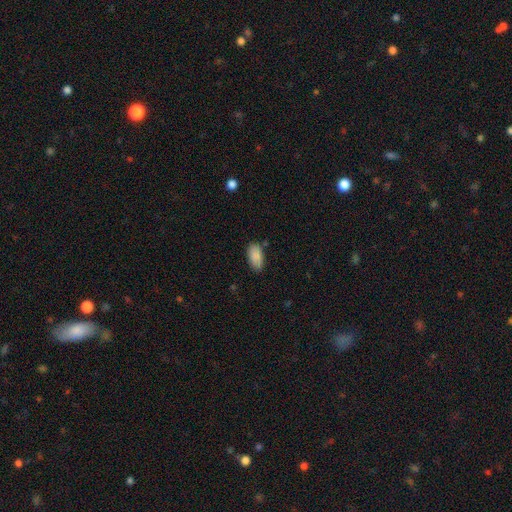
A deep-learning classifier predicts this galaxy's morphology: Smooth or featured?
  - smooth: 88% *
  - star or artifact: 7%
  - featured or disk: 6%
How rounded?
  - in between: 93% *
  - cigar-shaped: 4%
  - round: 3%
Merging?
  - none: 78% *
  - minor disturbance: 17%
  - major disturbance: 3%
  - merger: 2%